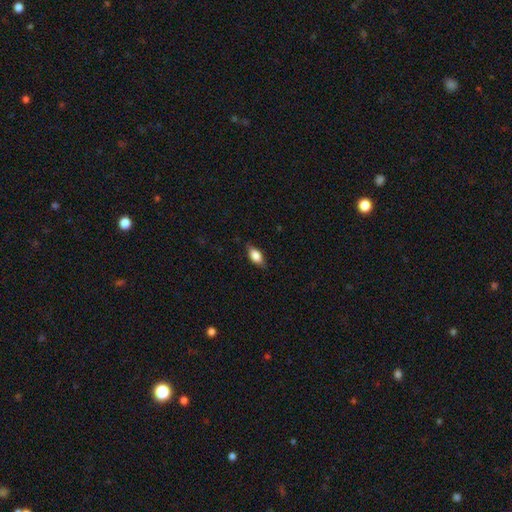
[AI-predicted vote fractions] This is likely a smooth galaxy (78%). How rounded: clearly in between (86%). Merging: likely none (80%).